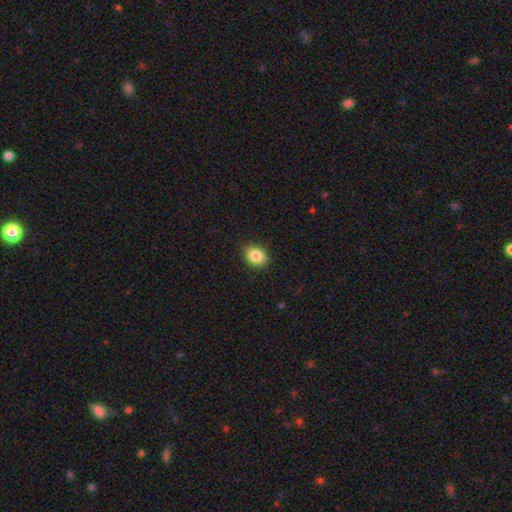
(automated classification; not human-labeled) A smooth galaxy with no disk features (85%) that is in between round and cigar-shaped (54%). Merging: none (83%).